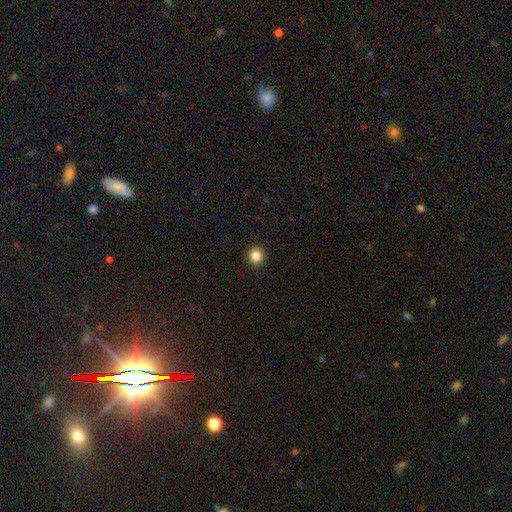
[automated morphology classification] This appears to be a smooth galaxy with no disk features (85%) that is round (92%). Merging: none (92%).